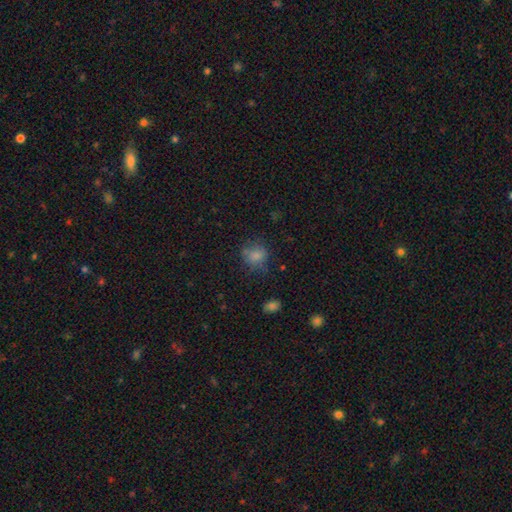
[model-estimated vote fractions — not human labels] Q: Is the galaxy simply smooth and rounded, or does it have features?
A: smooth — 78%.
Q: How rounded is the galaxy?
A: round — 73%.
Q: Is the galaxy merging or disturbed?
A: none — 64%.